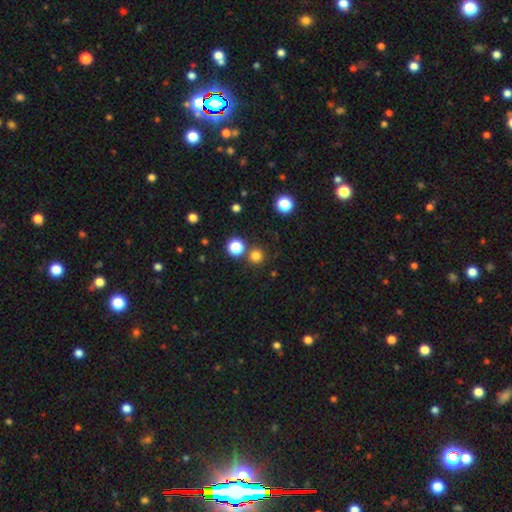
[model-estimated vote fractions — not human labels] This appears to be a smooth galaxy with no disk features (77%) that is round (94%). Merging: none (80%).